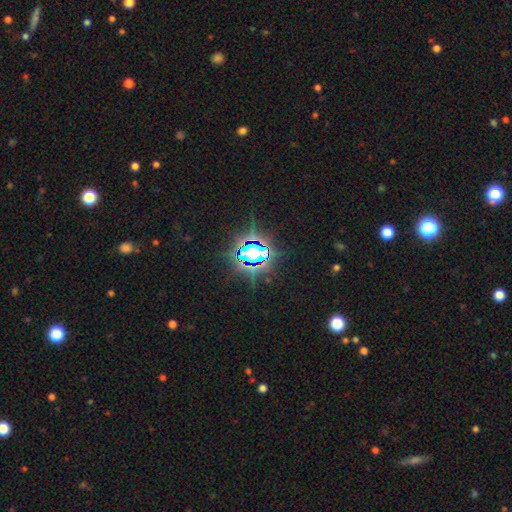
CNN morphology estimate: smooth-or-featured: star or artifact: 73% | smooth: 16% | featured or disk: 11%